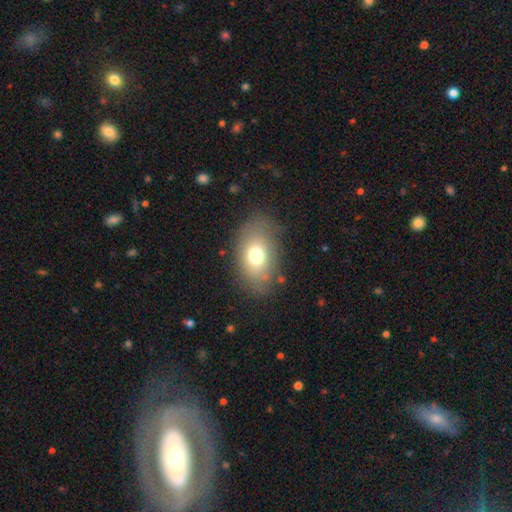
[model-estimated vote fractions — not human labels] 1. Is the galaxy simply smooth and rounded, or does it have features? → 70% smooth, 18% featured or disk, 11% star or artifact.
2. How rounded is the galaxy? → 81% in between, 18% round, 1% cigar-shaped.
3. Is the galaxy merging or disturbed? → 77% none, 15% minor disturbance, 7% major disturbance, 2% merger.